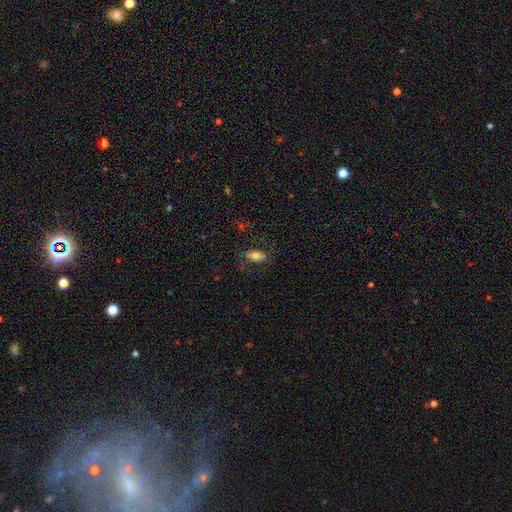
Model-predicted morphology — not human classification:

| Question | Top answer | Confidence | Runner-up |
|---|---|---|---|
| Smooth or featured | smooth | 70% | featured or disk (22%) |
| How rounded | in between | 88% | cigar-shaped (6%) |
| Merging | none | 77% | minor disturbance (15%) |